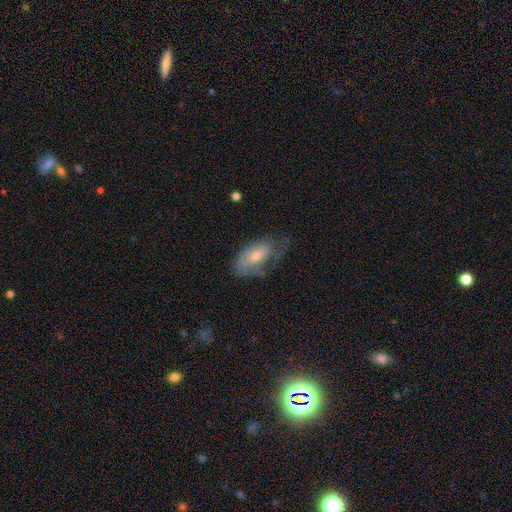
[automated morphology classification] Smooth or featured: smooth — 48% (featured or disk — 44%)
Merging: none — 43% (minor disturbance — 32%)